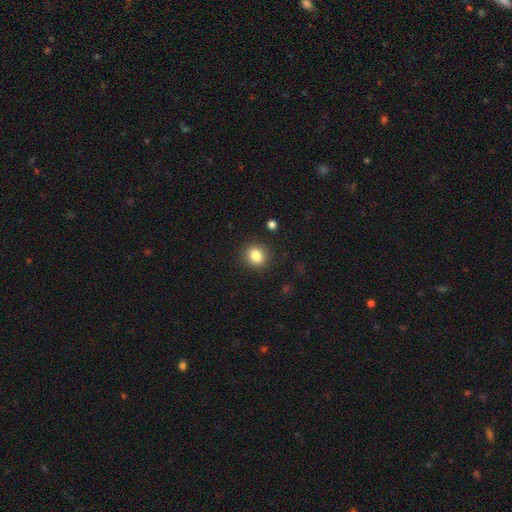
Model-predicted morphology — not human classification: smooth-or-featured: smooth: 83% | star or artifact: 11% | featured or disk: 6%
  how-rounded: round: 76% | in between: 23% | cigar-shaped: 1%
  merging: none: 89% | minor disturbance: 7% | major disturbance: 3% | merger: 1%